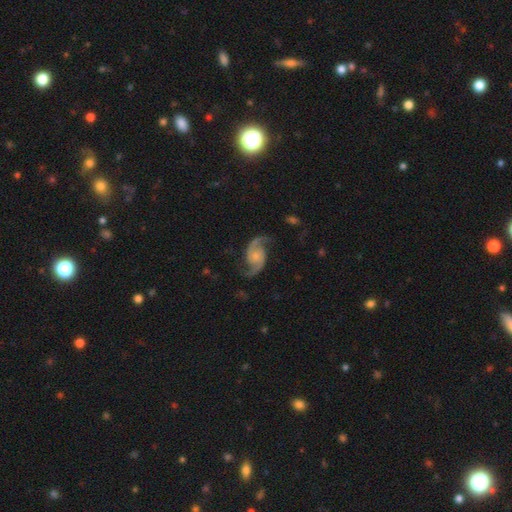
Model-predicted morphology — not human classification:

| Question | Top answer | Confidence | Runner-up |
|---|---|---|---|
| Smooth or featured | featured or disk | 91% | star or artifact (5%) |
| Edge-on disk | no | 98% | yes (2%) |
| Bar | no | 70% | weak (24%) |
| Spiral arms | yes | 98% | no (2%) |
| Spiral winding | loose | 50% | medium (41%) |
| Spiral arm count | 2 | 94% | can't tell (1%) |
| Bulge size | small | 53% | moderate (29%) |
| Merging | none | 78% | minor disturbance (14%) |